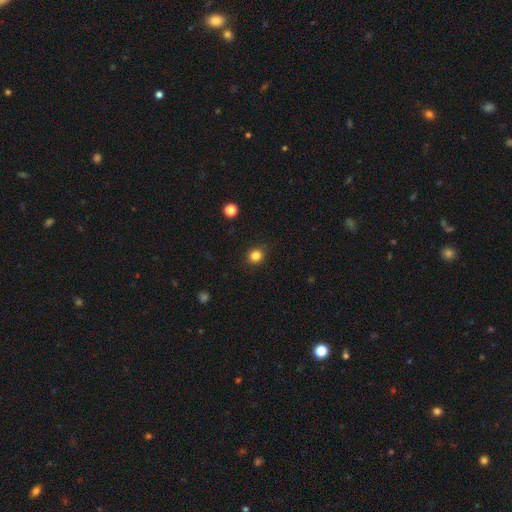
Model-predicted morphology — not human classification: This appears to be a smooth galaxy with no disk features (83%) that is round (86%). Merging: none (90%).